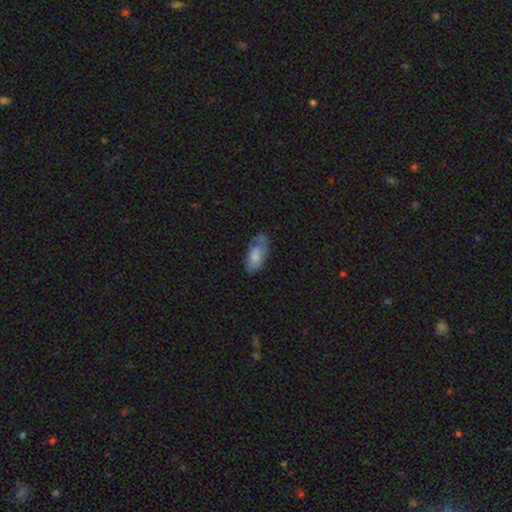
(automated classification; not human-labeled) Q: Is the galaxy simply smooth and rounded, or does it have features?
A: smooth — 70%.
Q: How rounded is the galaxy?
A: in between — 91%.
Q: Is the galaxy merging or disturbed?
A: none — 48%.